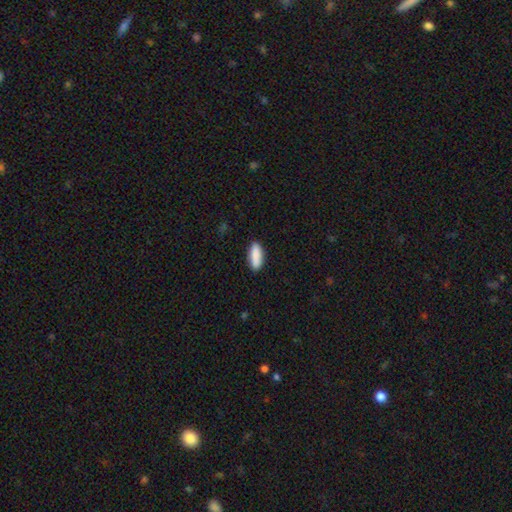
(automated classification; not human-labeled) Smooth or featured? Predicted: smooth (p=0.88). How rounded? Predicted: in between (p=0.65). Merging? Predicted: none (p=0.87).